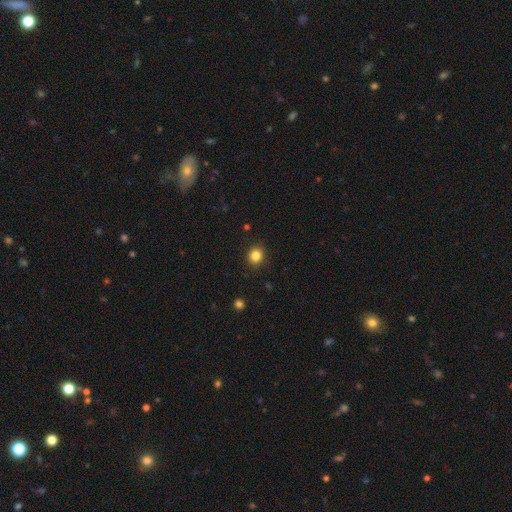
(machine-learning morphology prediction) smooth-or-featured: smooth: 84% | star or artifact: 12% | featured or disk: 5%
  how-rounded: round: 81% | in between: 18% | cigar-shaped: 1%
  merging: none: 90% | minor disturbance: 7% | major disturbance: 2% | merger: 1%